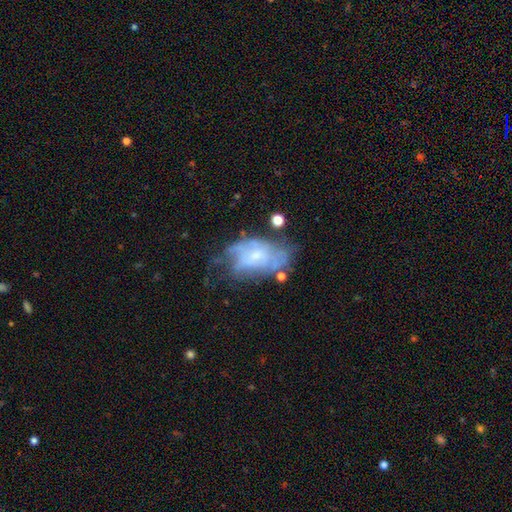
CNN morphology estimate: Smooth or featured?
  - featured or disk: 66% *
  - smooth: 25%
  - star or artifact: 9%
Edge-on disk?
  - no: 94% *
  - yes: 6%
Bar?
  - no: 70% *
  - weak: 26%
  - strong: 4%
Spiral arms?
  - yes: 66% *
  - no: 34%
Bulge size?
  - small: 61% *
  - moderate: 24%
  - none: 11%
  - large: 3%
  - dominant: 1%
Merging?
  - none: 42% *
  - minor disturbance: 27%
  - major disturbance: 25%
  - merger: 6%